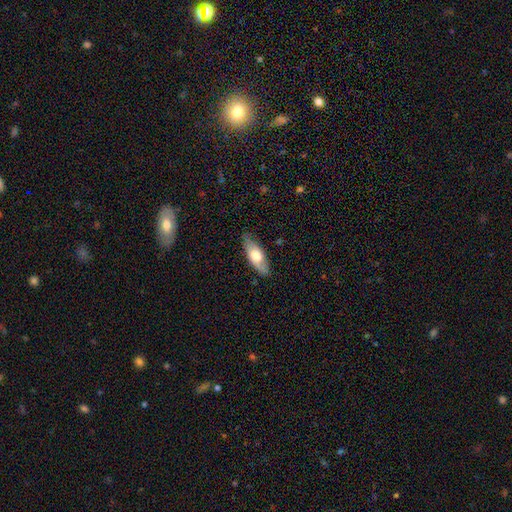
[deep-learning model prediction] Smooth or featured: smooth — 55% (featured or disk — 40%)
How rounded: in between — 67% (cigar-shaped — 31%)
Merging: none — 80% (minor disturbance — 16%)